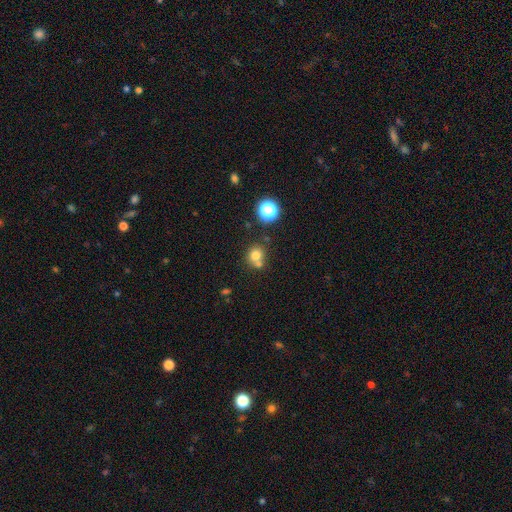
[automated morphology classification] smooth 74%, star or artifact 15%, featured or disk 11%. Down the decision tree: how rounded — round (83%); merging — none (52%).